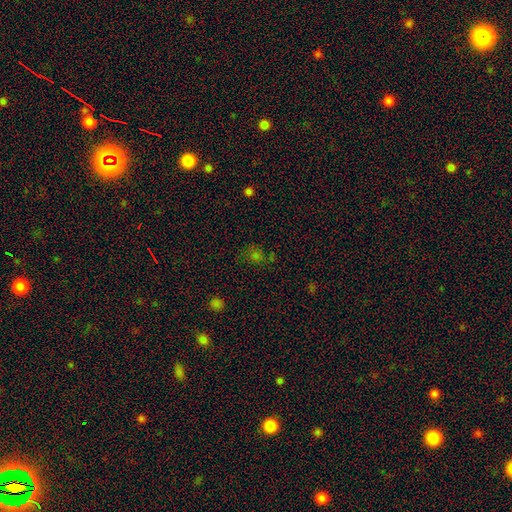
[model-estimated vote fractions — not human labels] The model was most divided on "smooth or featured": smooth: 54%, star or artifact: 39%, featured or disk: 7%. More confident: how rounded — round (71%); merging — none (68%).